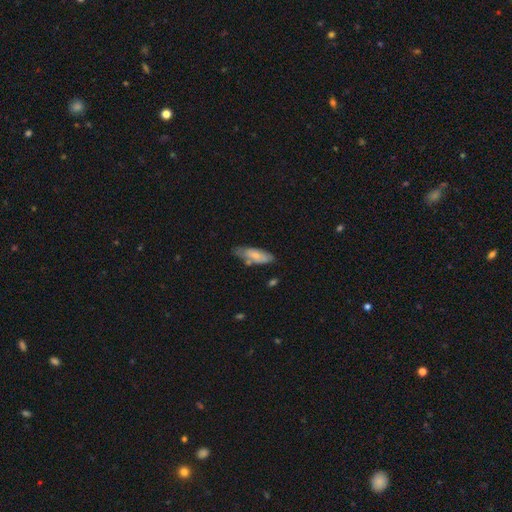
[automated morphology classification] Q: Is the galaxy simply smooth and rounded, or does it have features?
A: smooth — 65%.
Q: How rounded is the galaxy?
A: in between — 72%.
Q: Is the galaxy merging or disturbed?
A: none — 55%.